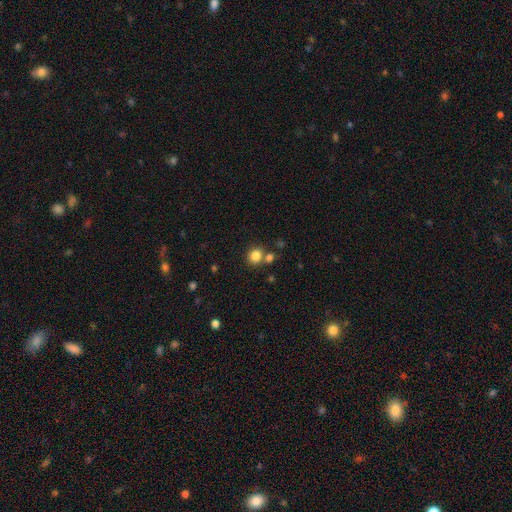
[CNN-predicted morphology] type=smooth (82%); roundness=round (78%); merging=none (66%).